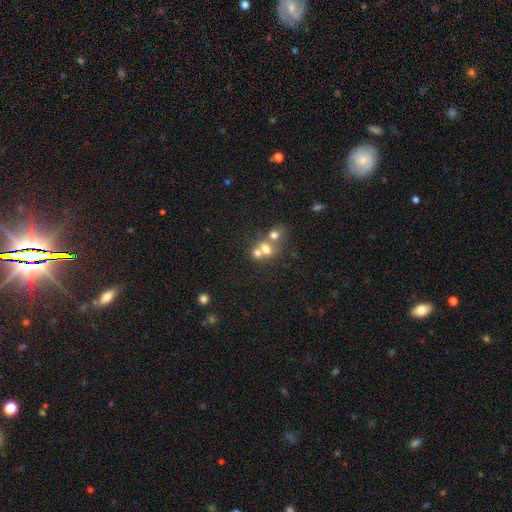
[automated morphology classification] Smooth or featured? smooth (46%)
Merging? none (49%)